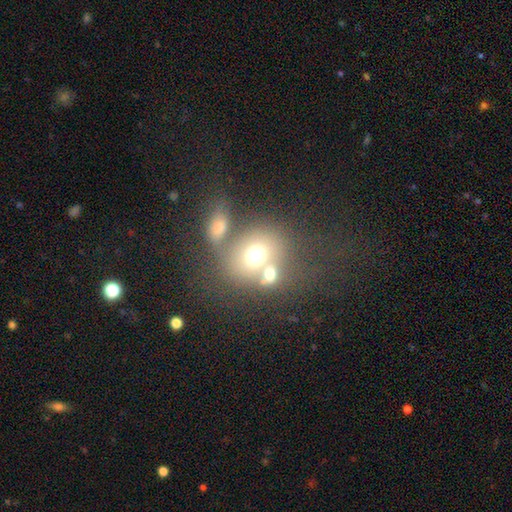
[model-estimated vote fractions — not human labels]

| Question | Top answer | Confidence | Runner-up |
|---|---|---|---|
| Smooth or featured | smooth | 67% | featured or disk (20%) |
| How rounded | round | 62% | in between (37%) |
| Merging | merger | 49% | none (33%) |